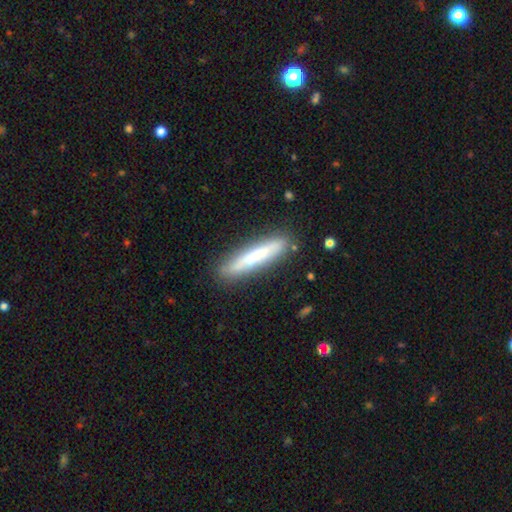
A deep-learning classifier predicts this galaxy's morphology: smooth 65%, featured or disk 29%, star or artifact 6%. Down the decision tree: how rounded — cigar-shaped (92%); merging — none (86%).